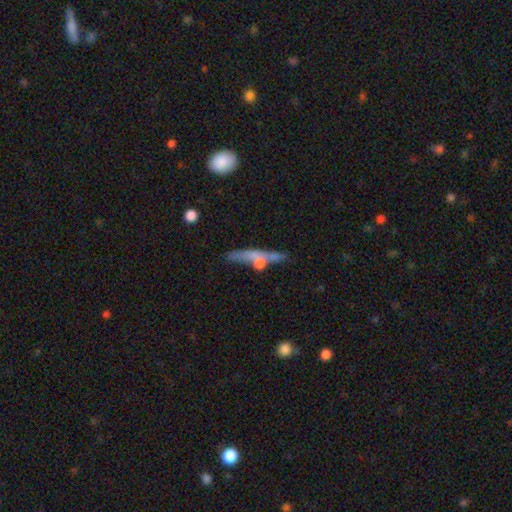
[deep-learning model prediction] Smooth or featured: featured or disk — 57% (smooth — 34%)
Edge-on disk: yes — 86% (no — 14%)
Merging: none — 60% (minor disturbance — 17%)